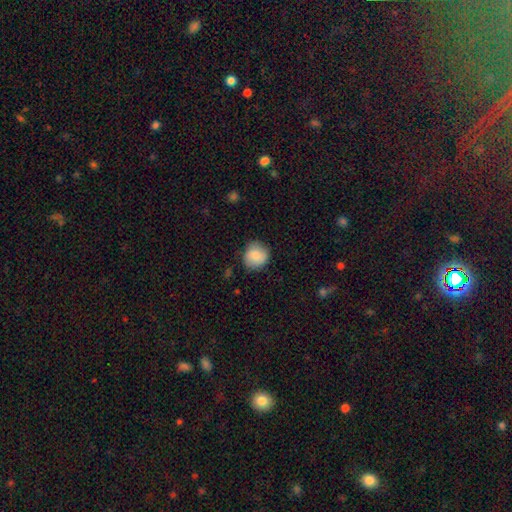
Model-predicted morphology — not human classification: smooth 83%, featured or disk 10%, star or artifact 7%. Down the decision tree: how rounded — round (89%); merging — none (82%).